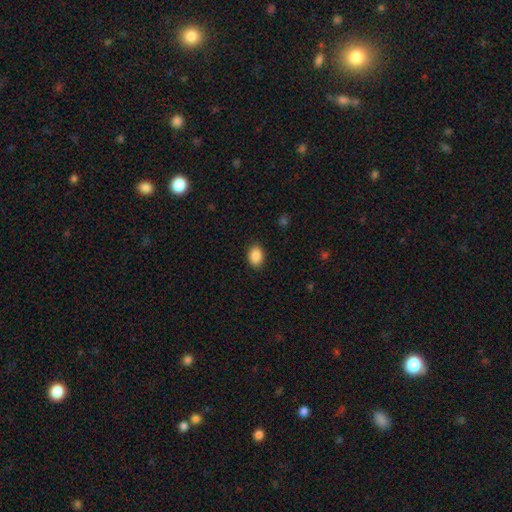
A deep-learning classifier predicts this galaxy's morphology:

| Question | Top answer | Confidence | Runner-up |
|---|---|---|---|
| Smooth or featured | smooth | 89% | star or artifact (8%) |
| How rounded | in between | 76% | round (23%) |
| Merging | none | 89% | minor disturbance (8%) |